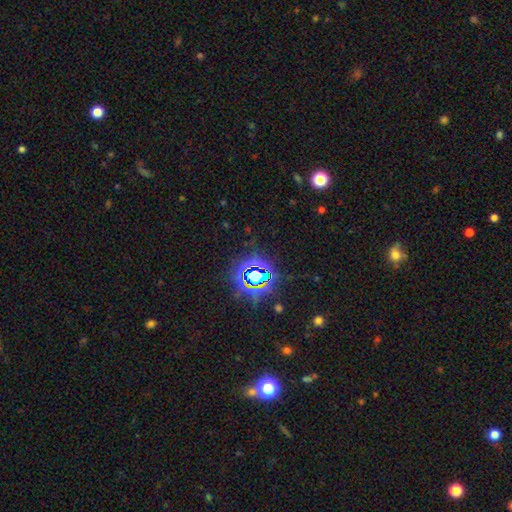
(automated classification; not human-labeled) star or artifact 80%, smooth 12%, featured or disk 8%.